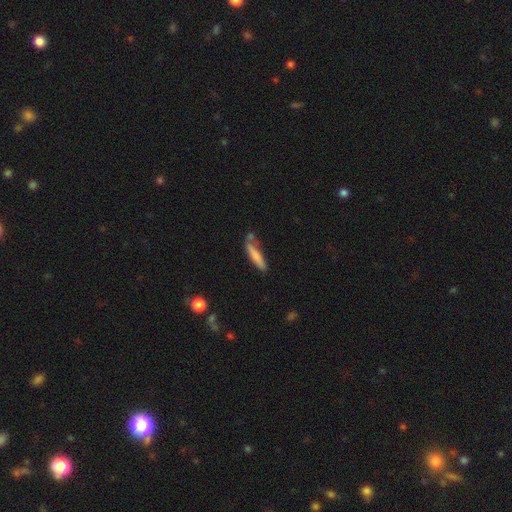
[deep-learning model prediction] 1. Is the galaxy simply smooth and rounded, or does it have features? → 74% smooth, 19% featured or disk, 7% star or artifact.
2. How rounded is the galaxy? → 85% cigar-shaped, 14% in between, 2% round.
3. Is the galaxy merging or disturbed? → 60% none, 22% minor disturbance, 12% merger, 6% major disturbance.